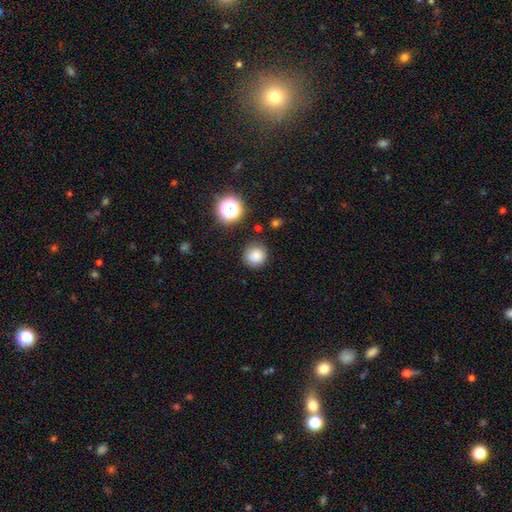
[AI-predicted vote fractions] smooth 81%, star or artifact 13%, featured or disk 6%. Down the decision tree: how rounded — round (93%); merging — none (85%).